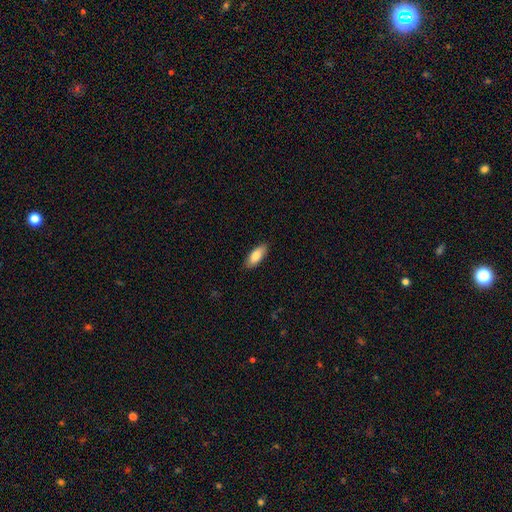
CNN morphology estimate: Smooth or featured? smooth (84%)
How rounded? in between (81%)
Merging? none (87%)